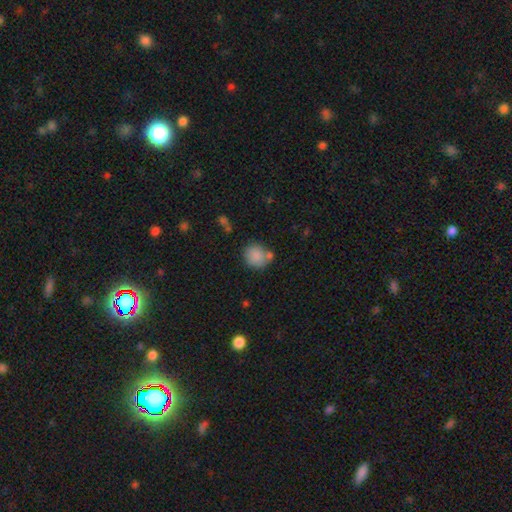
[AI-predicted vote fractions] smooth_or_featured: smooth (p=0.85) [alt: star or artifact p=0.09]
how_rounded: round (p=0.82) [alt: in between p=0.17]
merging: none (p=0.62) [alt: merger p=0.17]